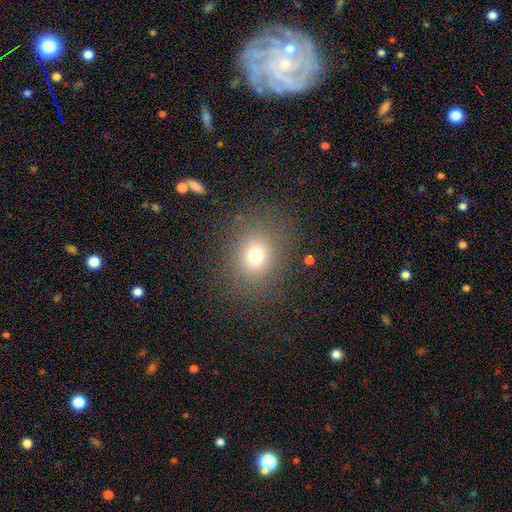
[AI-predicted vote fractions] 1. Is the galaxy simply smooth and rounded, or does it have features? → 72% smooth, 17% star or artifact, 11% featured or disk.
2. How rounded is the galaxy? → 65% round, 34% in between, 1% cigar-shaped.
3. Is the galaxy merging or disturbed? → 83% none, 10% minor disturbance, 6% major disturbance, 1% merger.